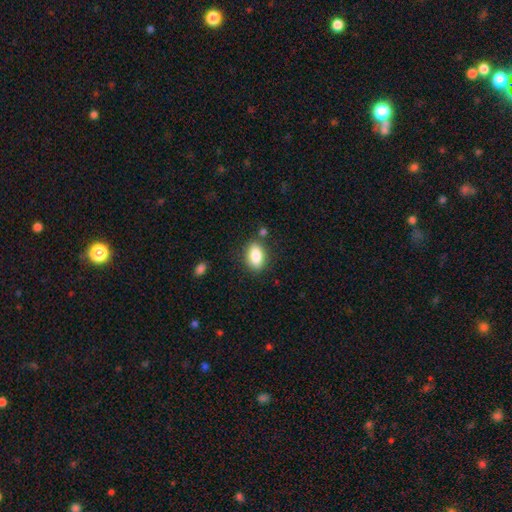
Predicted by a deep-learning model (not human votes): Smooth or featured?
  - smooth: 86% *
  - star or artifact: 7%
  - featured or disk: 7%
How rounded?
  - in between: 88% *
  - round: 9%
  - cigar-shaped: 3%
Merging?
  - none: 82% *
  - minor disturbance: 11%
  - merger: 4%
  - major disturbance: 3%